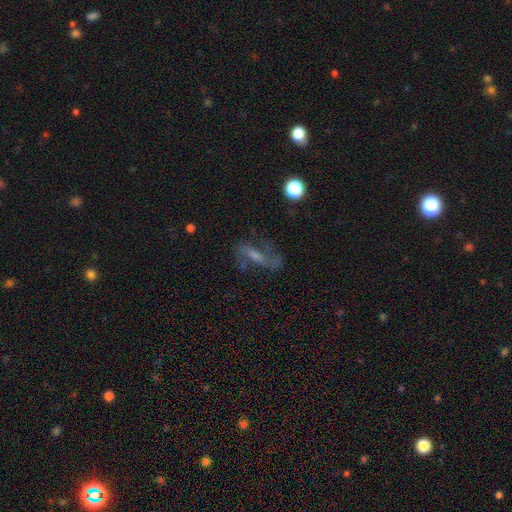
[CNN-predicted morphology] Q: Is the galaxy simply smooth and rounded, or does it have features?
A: featured or disk — 66%.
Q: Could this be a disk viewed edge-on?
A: no — 83%.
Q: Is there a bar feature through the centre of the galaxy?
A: weak — 38%.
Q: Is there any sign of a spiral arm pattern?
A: yes — 84%.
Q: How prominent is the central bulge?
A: small — 35%.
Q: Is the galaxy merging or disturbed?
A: none — 60%.